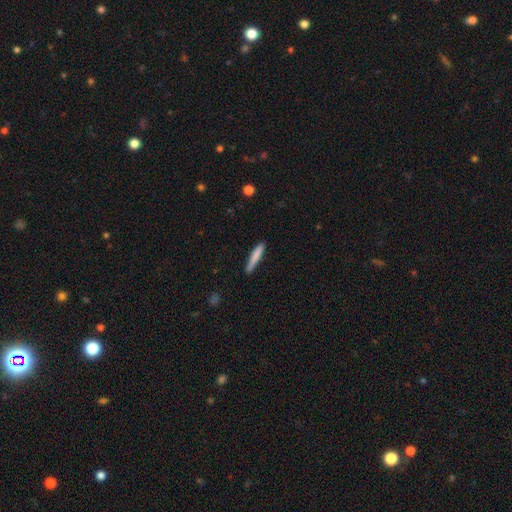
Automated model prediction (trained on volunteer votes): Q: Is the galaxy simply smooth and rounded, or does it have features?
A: smooth — 79%.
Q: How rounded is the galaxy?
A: cigar-shaped — 93%.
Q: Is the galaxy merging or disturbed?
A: none — 82%.